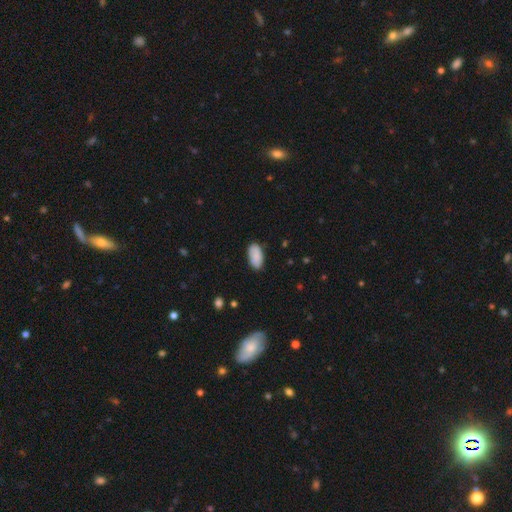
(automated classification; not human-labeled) smooth_or_featured: smooth (p=0.88) [alt: star or artifact p=0.06]
how_rounded: in between (p=0.94) [alt: cigar-shaped p=0.04]
merging: none (p=0.83) [alt: minor disturbance p=0.13]